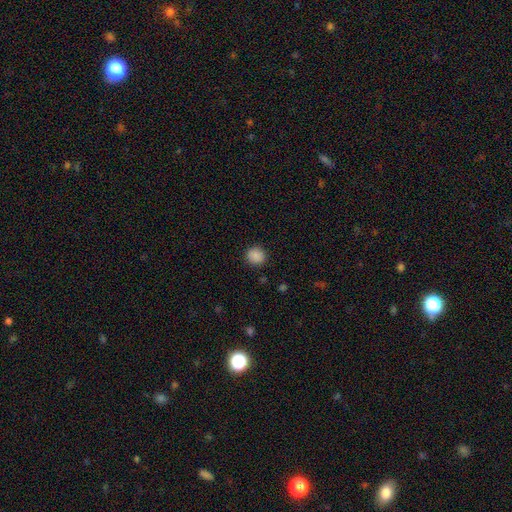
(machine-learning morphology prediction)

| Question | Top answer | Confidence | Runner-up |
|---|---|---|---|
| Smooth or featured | smooth | 88% | star or artifact (10%) |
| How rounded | round | 85% | in between (14%) |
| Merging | none | 89% | minor disturbance (7%) |